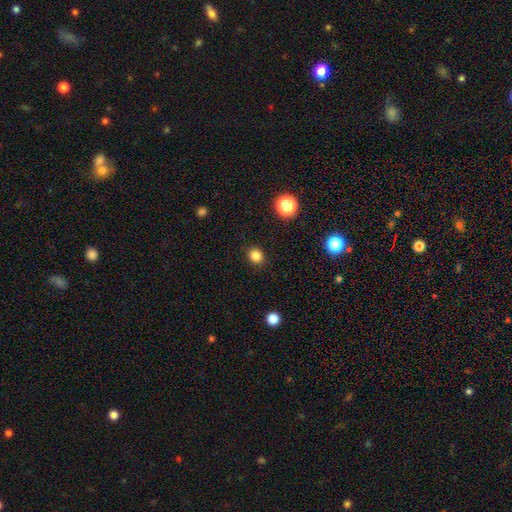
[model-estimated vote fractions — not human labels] Smooth or featured?
  - smooth: 84% *
  - star or artifact: 13%
  - featured or disk: 4%
How rounded?
  - round: 74% *
  - in between: 25%
  - cigar-shaped: 1%
Merging?
  - none: 89% *
  - minor disturbance: 8%
  - major disturbance: 2%
  - merger: 1%